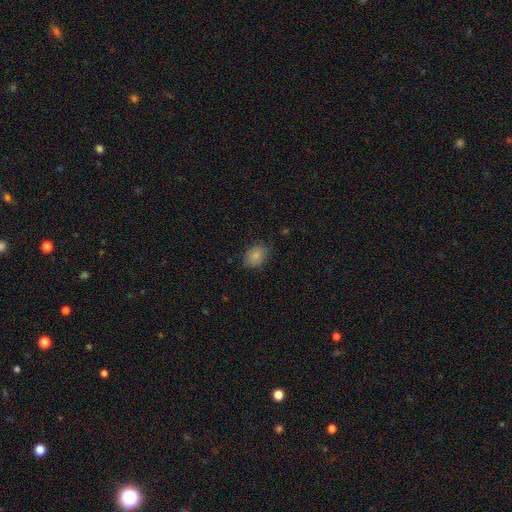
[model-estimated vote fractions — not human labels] Overall: smooth (83%). How rounded: in between (70%). Merging: none (75%).